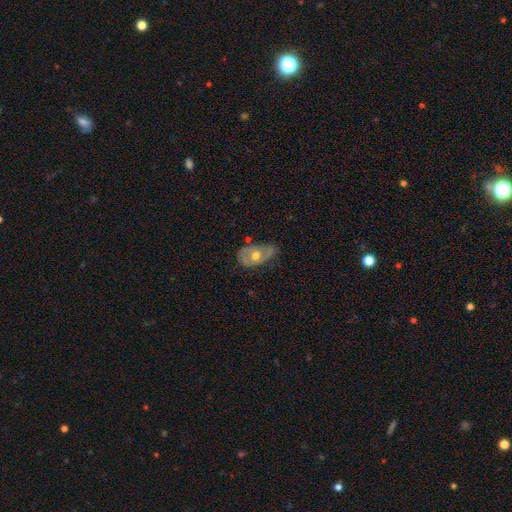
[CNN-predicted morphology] A featured or disk galaxy (53%).

Vote fractions:
- Smooth or featured? featured or disk: 53% / smooth: 40% / star or artifact: 7%
- Edge-on disk? no: 90% / yes: 10%
- Merging? none: 48% / minor disturbance: 36% / major disturbance: 13% / merger: 3%